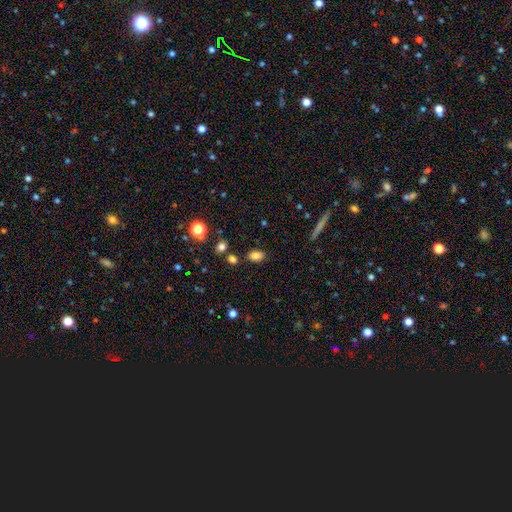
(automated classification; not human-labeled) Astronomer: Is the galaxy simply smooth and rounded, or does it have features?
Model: smooth — 81%.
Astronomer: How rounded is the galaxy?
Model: in between — 83%.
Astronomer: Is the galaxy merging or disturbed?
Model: none — 82%.